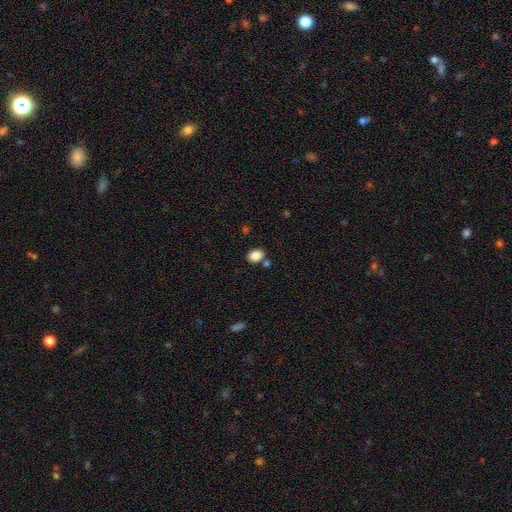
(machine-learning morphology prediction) A smooth galaxy with no disk features (86%) that is in between round and cigar-shaped (61%). Merging: none (76%).